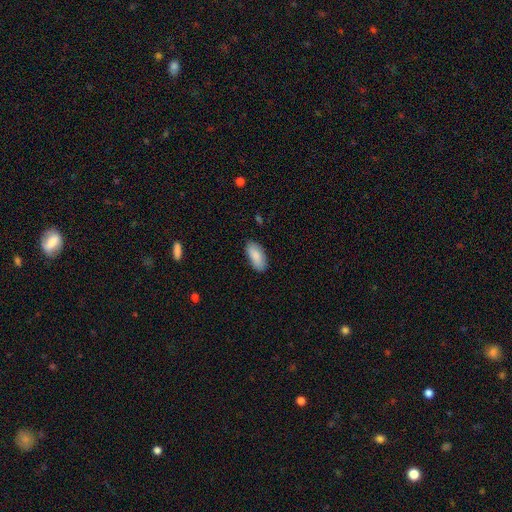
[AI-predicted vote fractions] Smooth or featured: smooth — 88% (featured or disk — 6%)
How rounded: in between — 91% (cigar-shaped — 7%)
Merging: none — 83% (minor disturbance — 13%)